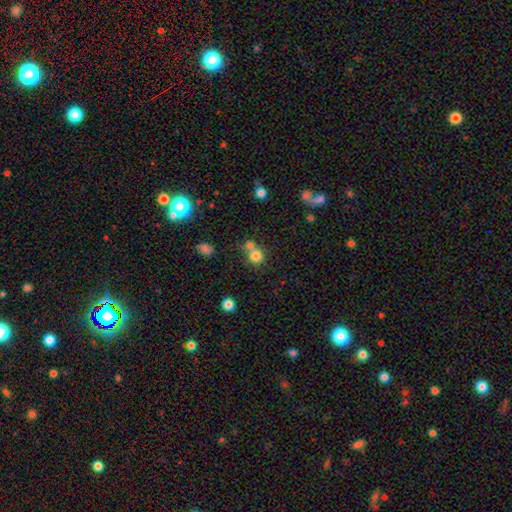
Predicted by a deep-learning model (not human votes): Morphology: type=smooth (78%); roundness=round (89%); merging=none (52%).